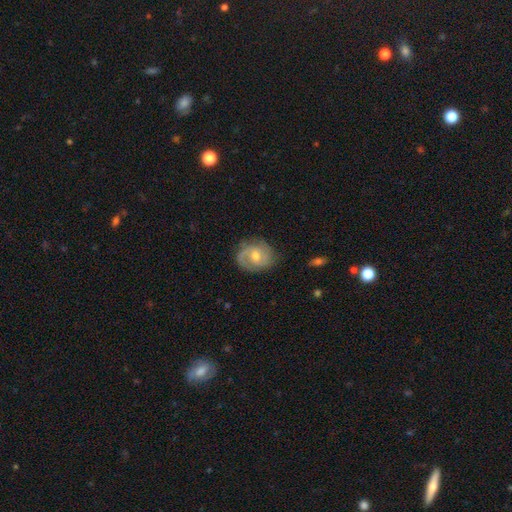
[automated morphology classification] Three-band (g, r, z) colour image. It shows a featured or disk galaxy (72%) with no bar (54%), 2 (62%) medium (43%) spiral arms (91%) and a moderate central bulge (62%). Merging: none (73%).